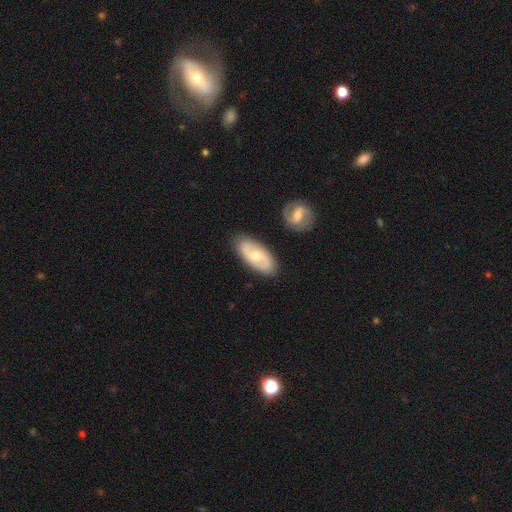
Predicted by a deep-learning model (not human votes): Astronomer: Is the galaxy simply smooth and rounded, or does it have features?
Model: featured or disk — 67%.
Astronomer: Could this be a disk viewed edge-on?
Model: no — 93%.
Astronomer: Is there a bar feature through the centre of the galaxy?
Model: no — 48% (runner-up: weak, 43%).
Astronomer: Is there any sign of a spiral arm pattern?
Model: yes — 89%.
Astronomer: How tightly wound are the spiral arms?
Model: medium — 49% (runner-up: tight, 26%).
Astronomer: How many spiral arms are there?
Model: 2 — 86%.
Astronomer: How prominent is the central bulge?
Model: moderate — 57% (runner-up: small, 35%).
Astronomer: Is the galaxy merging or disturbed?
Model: none — 80%.